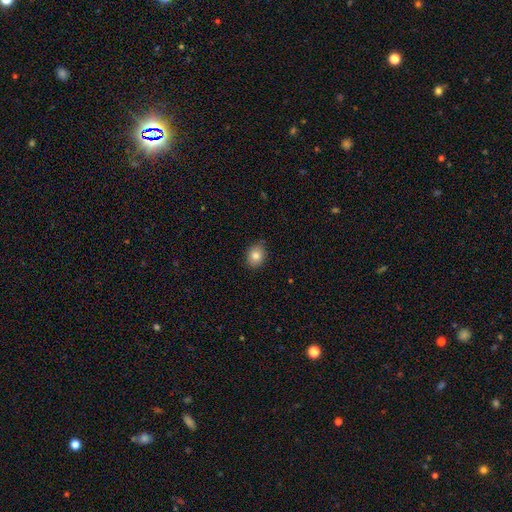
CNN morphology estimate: The model was most divided on "how rounded": round: 50%, in between: 49%, cigar-shaped: 1%. More confident: merging — none (85%); smooth or featured — smooth (82%).